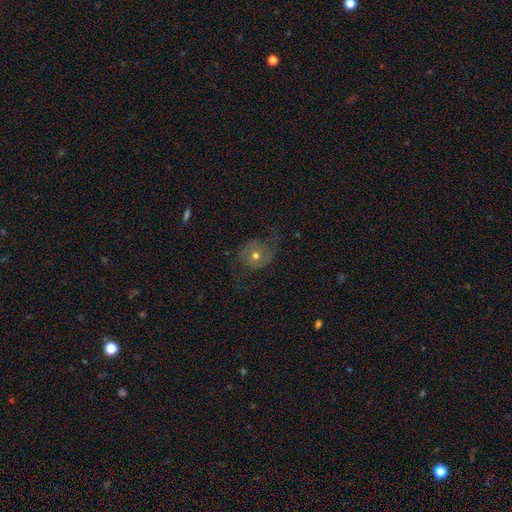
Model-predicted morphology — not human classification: Smooth or featured: featured or disk — 62% (smooth — 29%)
Edge-on disk: no — 96% (yes — 4%)
Bar: no — 78% (weak — 17%)
Spiral arms: yes — 76% (no — 24%)
Bulge size: moderate — 72% (small — 21%)
Merging: none — 58% (major disturbance — 21%)